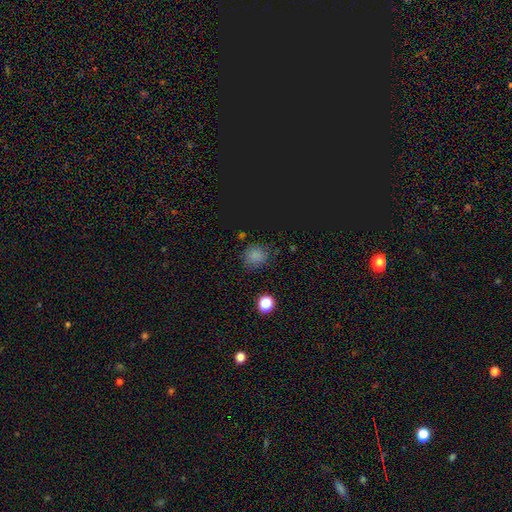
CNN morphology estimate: Q: Smooth or featured?
A: smooth (73%); runner-up: star or artifact (22%)
Q: How rounded?
A: round (83%); runner-up: in between (16%)
Q: Merging?
A: none (79%); runner-up: minor disturbance (15%)